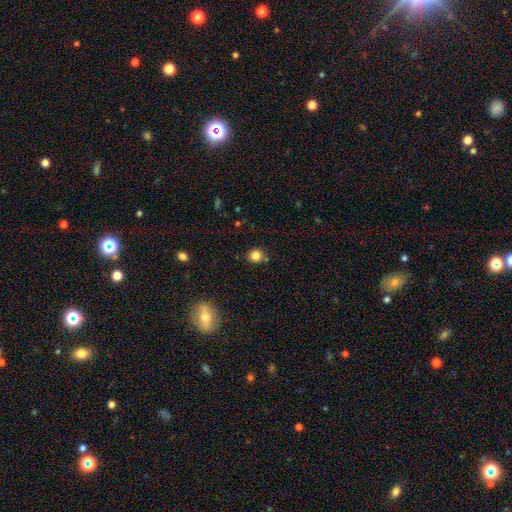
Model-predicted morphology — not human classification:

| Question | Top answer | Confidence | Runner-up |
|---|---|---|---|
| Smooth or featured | smooth | 82% | star or artifact (13%) |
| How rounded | round | 87% | in between (12%) |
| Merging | none | 81% | minor disturbance (11%) |